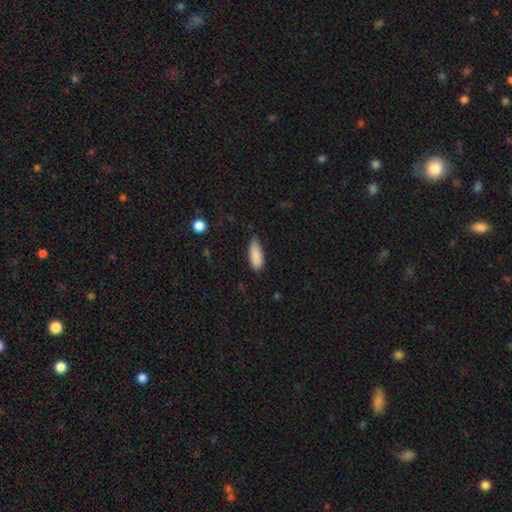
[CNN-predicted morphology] This appears to be a smooth galaxy with no disk features (88%) that is in between round and cigar-shaped (69%). Merging: none (73%).